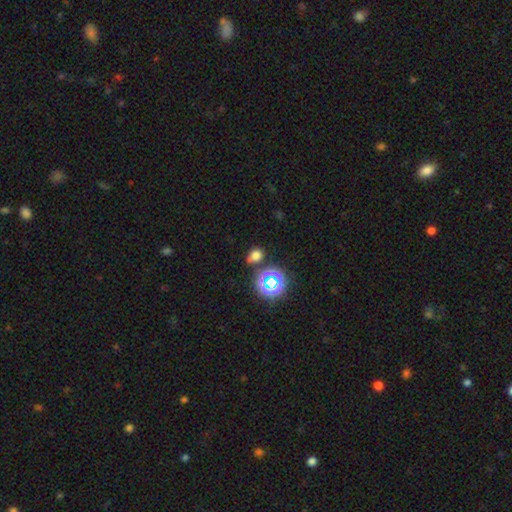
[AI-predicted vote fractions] Morphology: type=smooth (64%); roundness=round (71%); merging=none (70%).